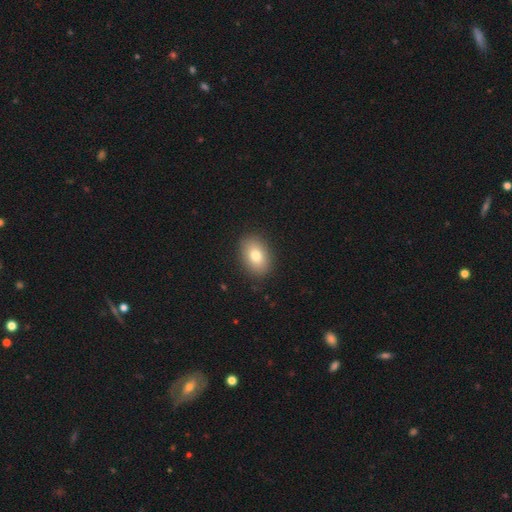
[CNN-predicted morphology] Smooth or featured: smooth — 79% (featured or disk — 12%)
How rounded: in between — 80% (round — 18%)
Merging: none — 89% (minor disturbance — 8%)